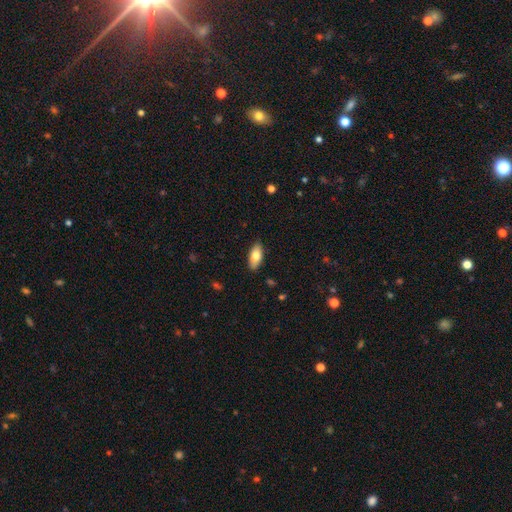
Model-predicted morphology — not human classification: This is likely a smooth galaxy (77%). How rounded: clearly in between (86%). Merging: clearly none (88%).